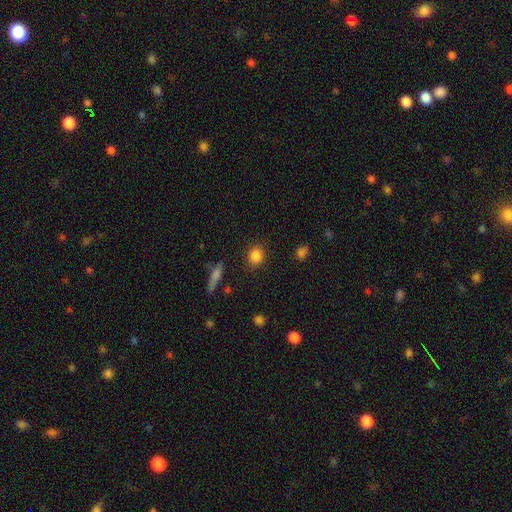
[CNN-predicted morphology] The model was most divided on "how rounded": round: 76%, in between: 22%, cigar-shaped: 2%. More confident: merging — none (87%); smooth or featured — smooth (85%).